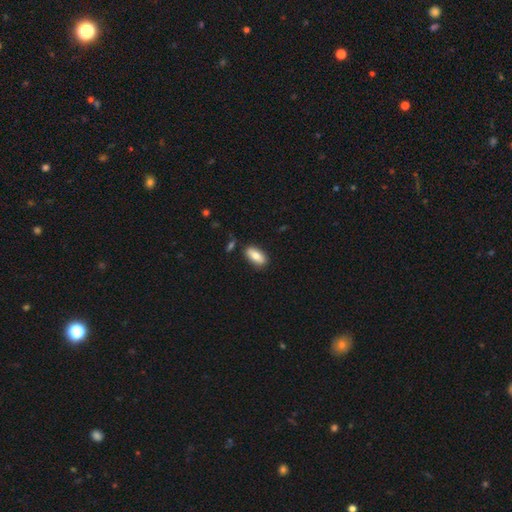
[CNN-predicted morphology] This is likely a smooth galaxy (79%). How rounded: clearly in between (88%). Merging: clearly none (84%).